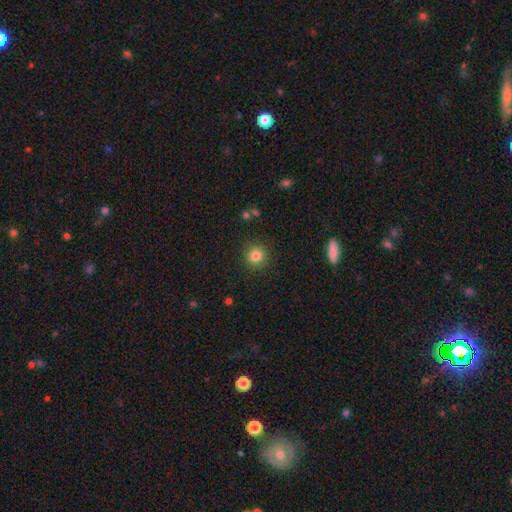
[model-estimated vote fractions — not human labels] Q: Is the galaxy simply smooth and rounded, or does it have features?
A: smooth — 83%.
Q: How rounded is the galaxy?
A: round — 94%.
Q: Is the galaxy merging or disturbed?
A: none — 90%.